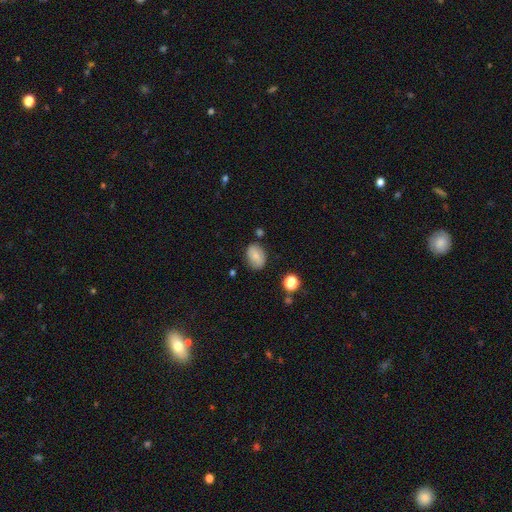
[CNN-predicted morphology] type=smooth (76%); roundness=in between (79%); merging=none (78%).